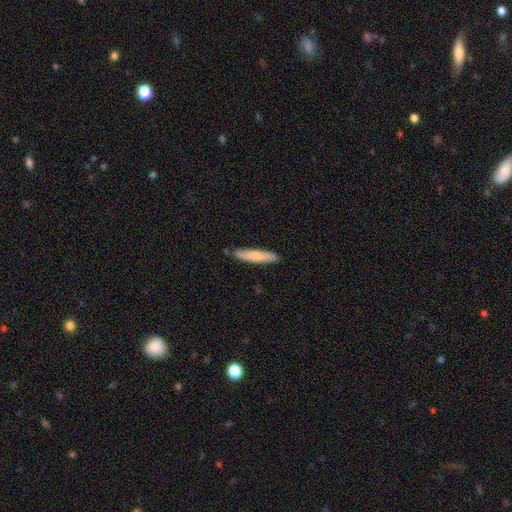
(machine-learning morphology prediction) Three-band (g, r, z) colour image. It shows a smooth galaxy with no disk features (75%) that is cigar-shaped (86%). Merging: none (86%).